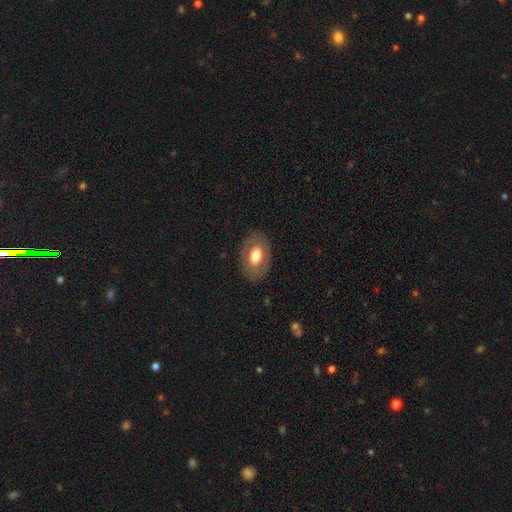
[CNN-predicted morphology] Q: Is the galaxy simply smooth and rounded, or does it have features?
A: smooth — 60%.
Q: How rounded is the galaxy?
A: in between — 84%.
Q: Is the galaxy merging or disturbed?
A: none — 83%.